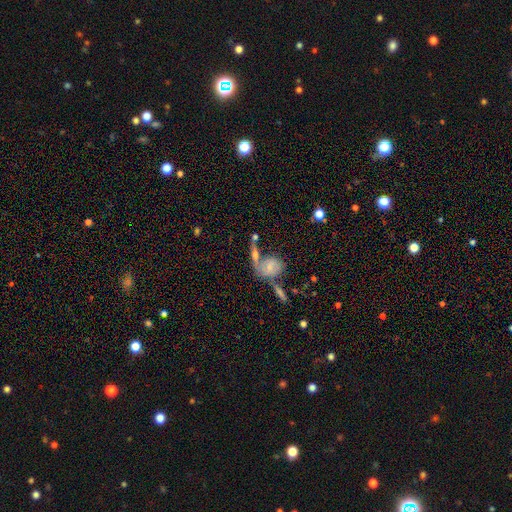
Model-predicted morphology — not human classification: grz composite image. It shows a featured or disk galaxy (51%). Merging: merger (38%).